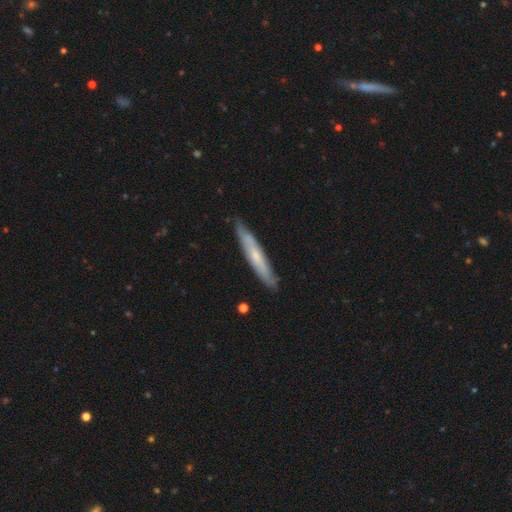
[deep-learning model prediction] This appears to be a featured or disk galaxy (48%). Merging: none (83%).